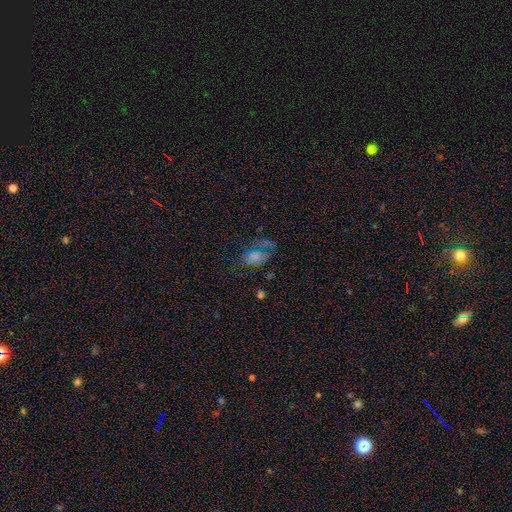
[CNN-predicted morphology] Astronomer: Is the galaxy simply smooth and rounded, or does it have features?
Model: smooth — 42% (runner-up: featured or disk, 33%).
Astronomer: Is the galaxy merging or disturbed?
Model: none — 48% (runner-up: major disturbance, 25%).